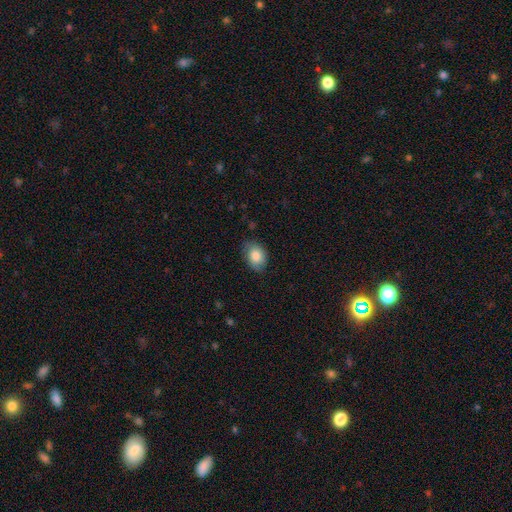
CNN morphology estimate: type=smooth (83%); roundness=in between (77%); merging=none (75%).